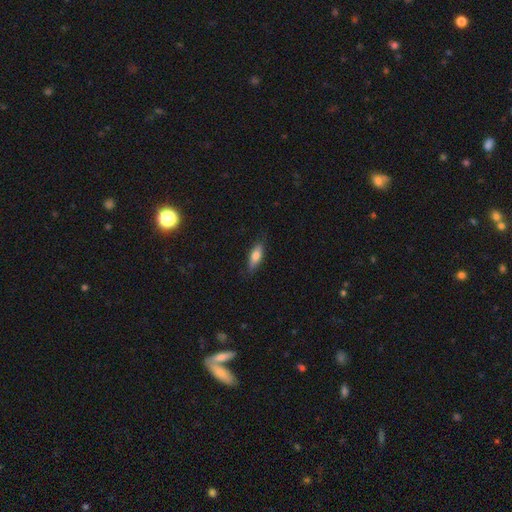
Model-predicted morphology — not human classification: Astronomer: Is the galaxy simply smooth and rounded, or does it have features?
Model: smooth — 74%.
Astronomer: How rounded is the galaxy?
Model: in between — 65%.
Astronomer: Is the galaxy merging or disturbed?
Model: none — 81%.